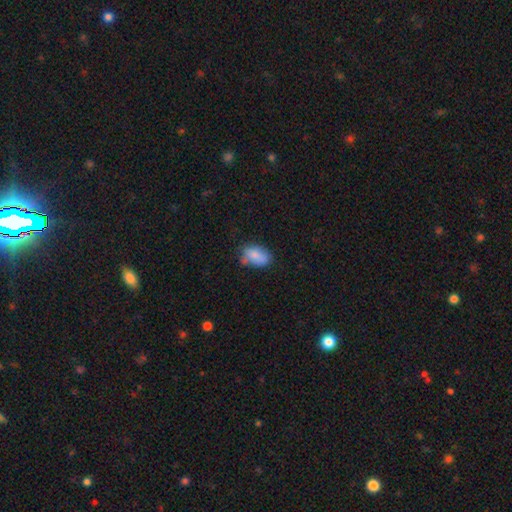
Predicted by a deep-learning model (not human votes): A smooth galaxy with no disk features (78%) that is in between round and cigar-shaped (88%). Merging: none (52%).